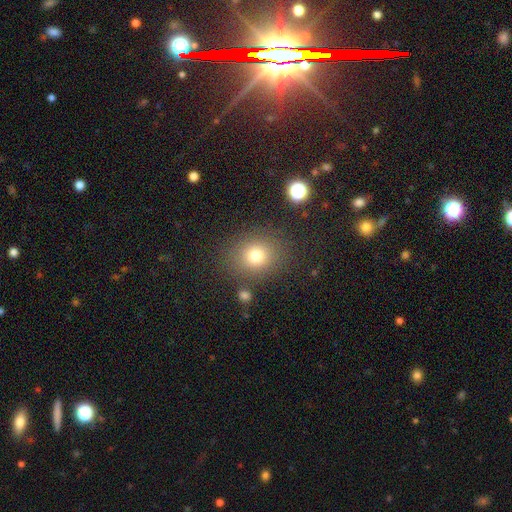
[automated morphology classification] Smooth or featured?
  - smooth: 77% *
  - star or artifact: 14%
  - featured or disk: 9%
How rounded?
  - round: 70% *
  - in between: 29%
  - cigar-shaped: 1%
Merging?
  - none: 82% *
  - minor disturbance: 10%
  - major disturbance: 4%
  - merger: 4%